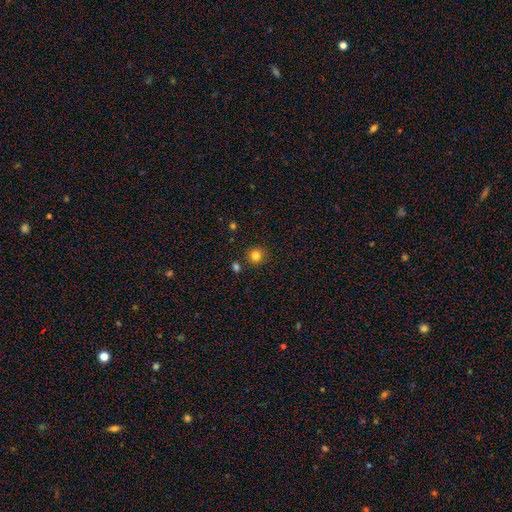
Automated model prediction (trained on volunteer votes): Smooth or featured: smooth — 82% (star or artifact — 13%)
How rounded: round — 93% (in between — 6%)
Merging: none — 86% (minor disturbance — 7%)